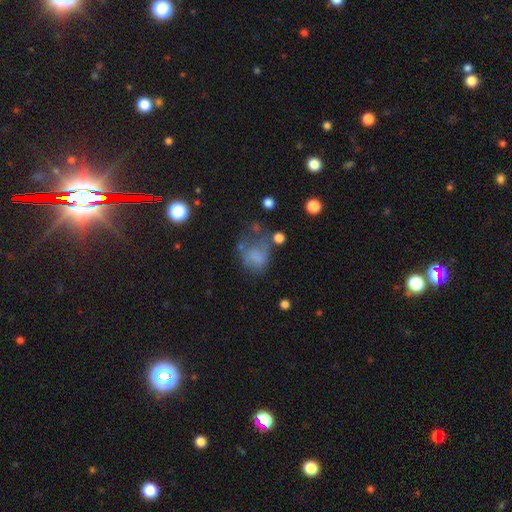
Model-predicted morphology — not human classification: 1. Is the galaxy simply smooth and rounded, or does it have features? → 65% smooth, 20% featured or disk, 15% star or artifact.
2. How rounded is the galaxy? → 50% in between, 49% round, 1% cigar-shaped.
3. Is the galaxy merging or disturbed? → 32% none (tied), 32% major disturbance (tied), 24% minor disturbance, 12% merger.